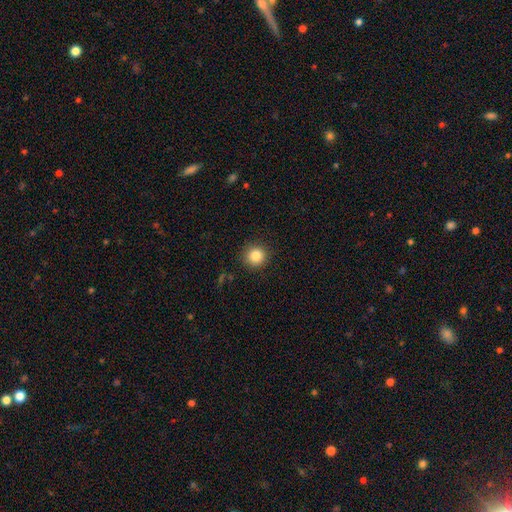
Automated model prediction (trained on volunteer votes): Smooth or featured: smooth — 85% (star or artifact — 11%)
How rounded: round — 93% (in between — 7%)
Merging: none — 90% (minor disturbance — 6%)